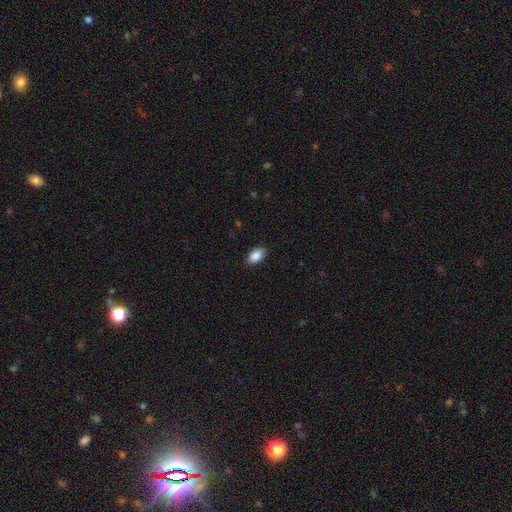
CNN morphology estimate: This is clearly a smooth galaxy (87%). How rounded: clearly in between (91%). Merging: clearly none (88%).